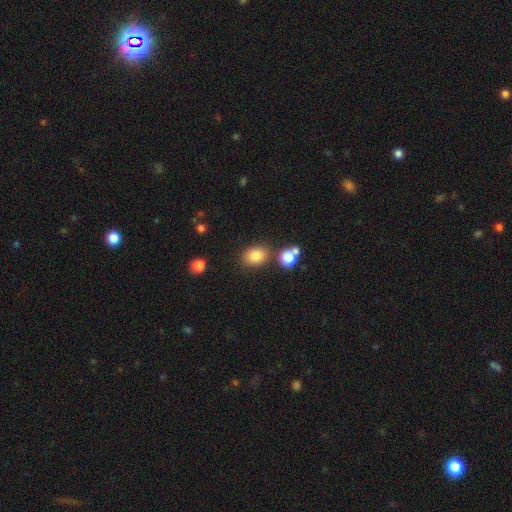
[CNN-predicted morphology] A smooth galaxy with no disk features (84%) that is in between round and cigar-shaped (68%).

Vote fractions:
- Smooth or featured? smooth: 84% / star or artifact: 10% / featured or disk: 6%
- How rounded? in between: 68% / round: 31% / cigar-shaped: 1%
- Merging? none: 75% / minor disturbance: 12% / merger: 9% / major disturbance: 4%